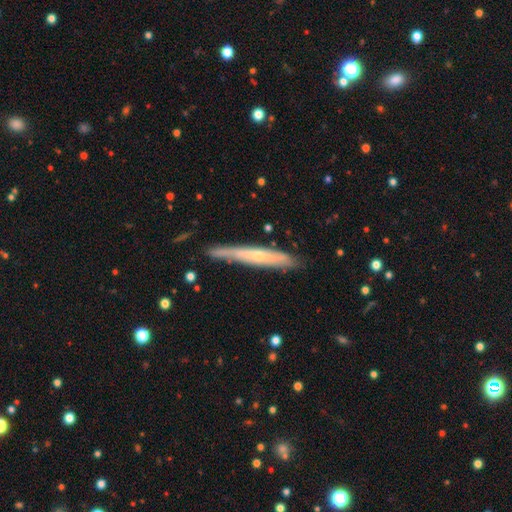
Smooth or featured? featured or disk (64%)
Edge-on disk? yes (84%)
Edge-on bulge? rounded (52%)
Merging? none (67%)